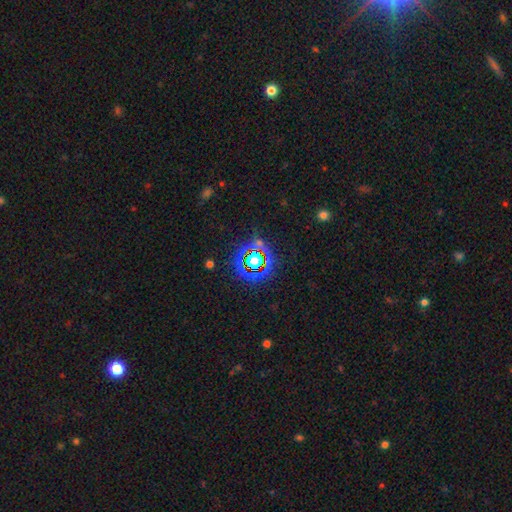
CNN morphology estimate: This is likely a star or artifact rather than a galaxy (78%).